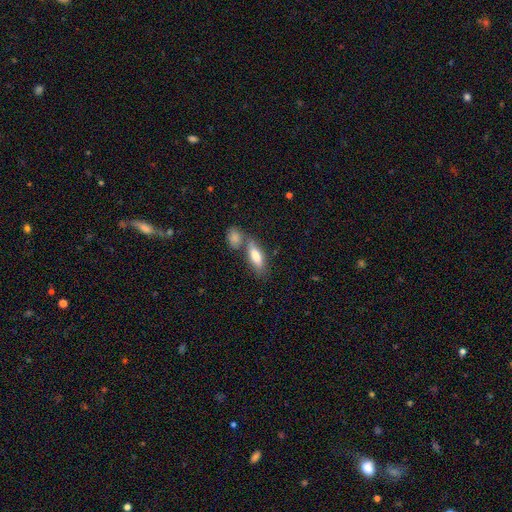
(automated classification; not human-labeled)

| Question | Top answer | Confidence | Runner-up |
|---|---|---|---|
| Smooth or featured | smooth | 75% | featured or disk (19%) |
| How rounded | in between | 63% | cigar-shaped (34%) |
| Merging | none | 54% | merger (28%) |